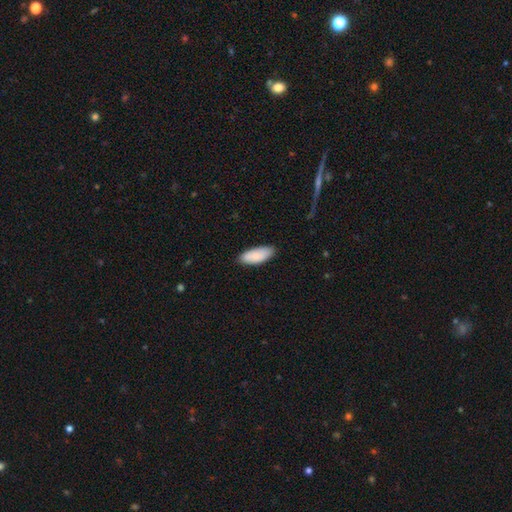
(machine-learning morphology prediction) Smooth or featured? Predicted: smooth (p=0.88). How rounded? Predicted: in between (p=0.82). Merging? Predicted: none (p=0.85).